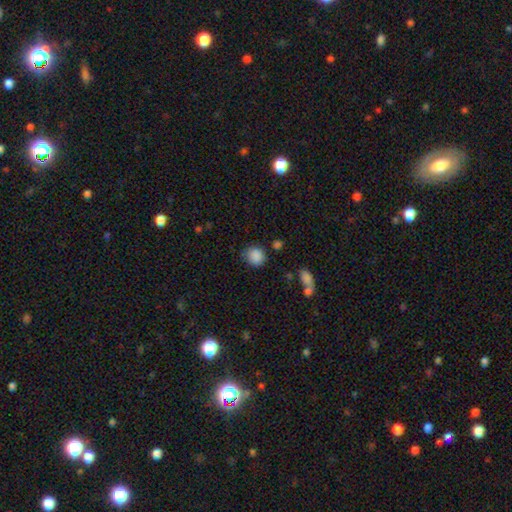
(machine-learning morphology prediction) A smooth galaxy with no disk features (87%) that is round (82%). Merging: none (76%).